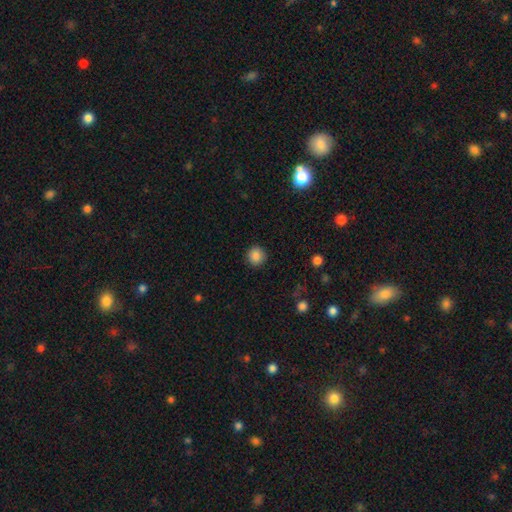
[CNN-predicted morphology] smooth 87%, star or artifact 10%, featured or disk 4%. Down the decision tree: how rounded — round (93%); merging — none (91%).